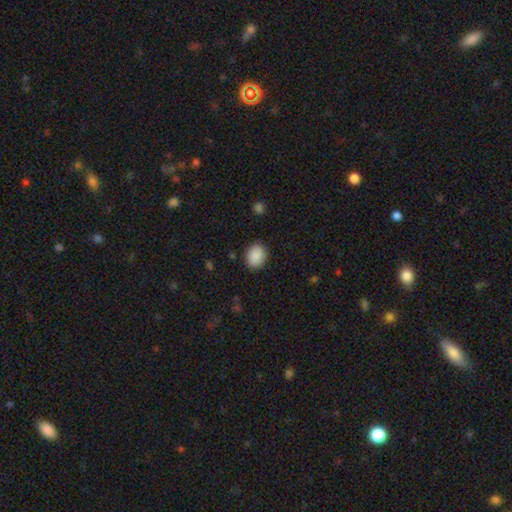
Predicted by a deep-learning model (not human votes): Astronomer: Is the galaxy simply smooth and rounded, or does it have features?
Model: smooth — 89%.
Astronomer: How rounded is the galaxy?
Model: in between — 52% (runner-up: round, 47%).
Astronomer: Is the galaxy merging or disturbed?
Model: none — 87%.